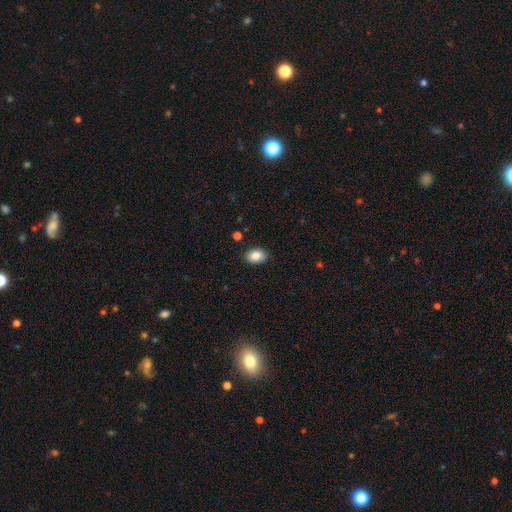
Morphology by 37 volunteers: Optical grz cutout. It shows a smooth galaxy with no disk features (92%) that is in between round and cigar-shaped (91%). Merging: none (89%).